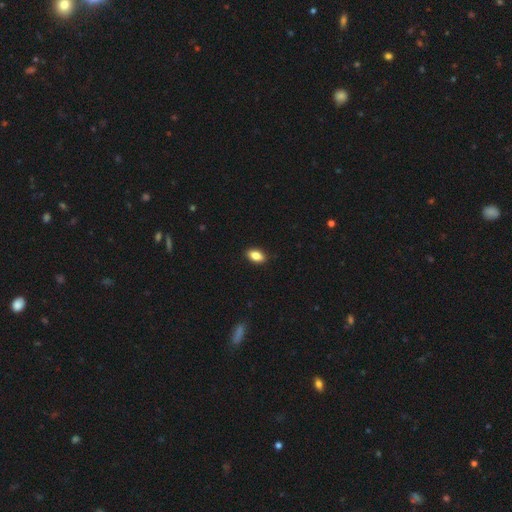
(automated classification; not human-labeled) smooth_or_featured: smooth (p=0.84) [alt: star or artifact p=0.08]
how_rounded: in between (p=0.89) [alt: round p=0.07]
merging: none (p=0.90) [alt: minor disturbance p=0.08]